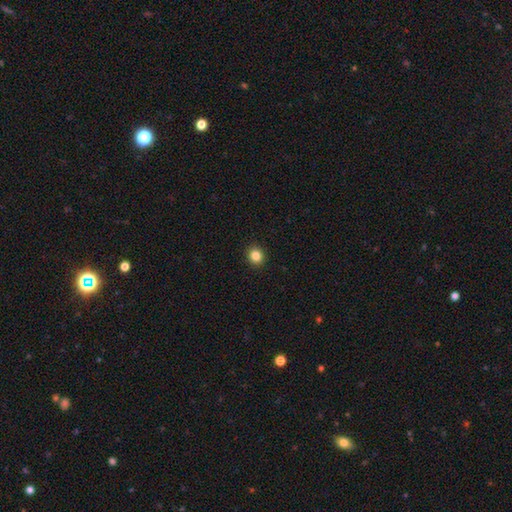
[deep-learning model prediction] A smooth galaxy with no disk features (84%) that is round (83%).

Vote fractions:
- Smooth or featured? smooth: 84% / star or artifact: 11% / featured or disk: 5%
- How rounded? round: 83% / in between: 16% / cigar-shaped: 1%
- Merging? none: 93% / minor disturbance: 5% / major disturbance: 2% / merger: 1%